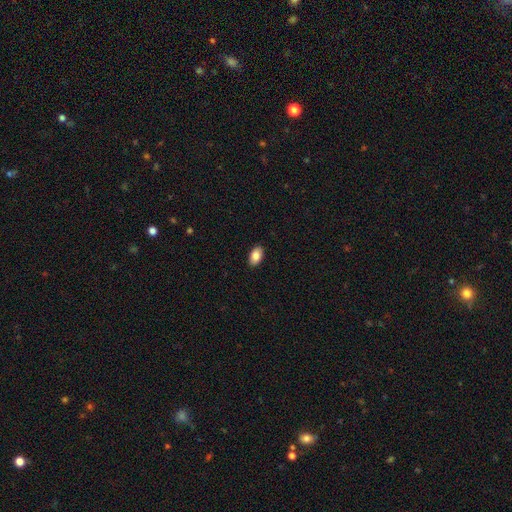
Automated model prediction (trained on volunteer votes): Overall: smooth (86%). How rounded: in between (93%). Merging: none (90%).